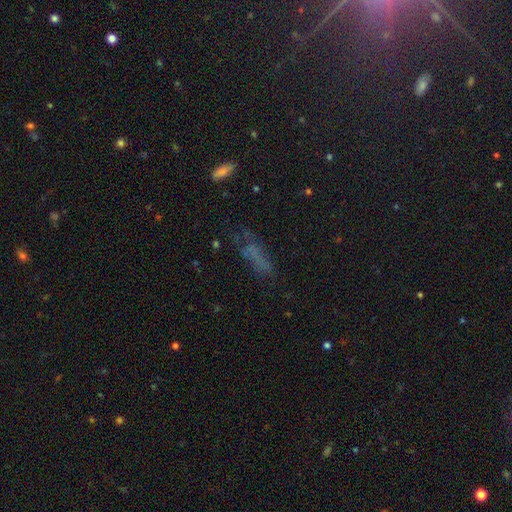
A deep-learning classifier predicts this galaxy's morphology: This is possibly a smooth galaxy (49%). Merging: possibly none (48%).